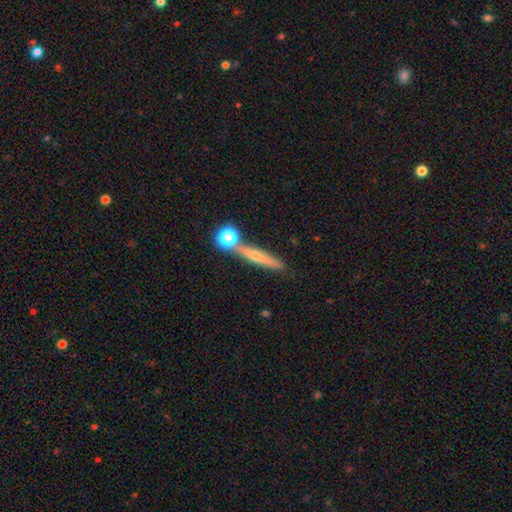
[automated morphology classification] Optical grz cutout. It shows a featured or disk galaxy (48%). Merging: none (72%).